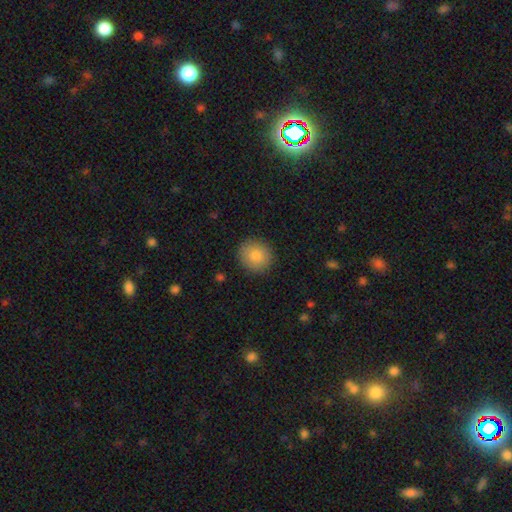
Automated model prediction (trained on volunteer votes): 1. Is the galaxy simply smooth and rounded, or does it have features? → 85% smooth, 8% star or artifact, 7% featured or disk.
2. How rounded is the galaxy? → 86% round, 13% in between, 1% cigar-shaped.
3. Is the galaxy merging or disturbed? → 89% none, 8% minor disturbance, 2% major disturbance, 1% merger.